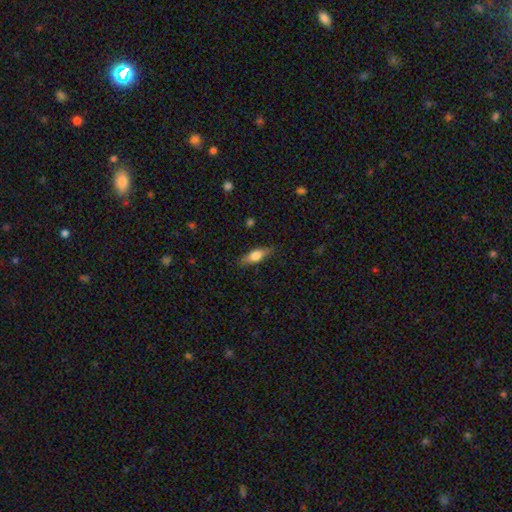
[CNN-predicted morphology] This appears to be a smooth galaxy with no disk features (68%) that is in between round and cigar-shaped (57%). Merging: none (83%).